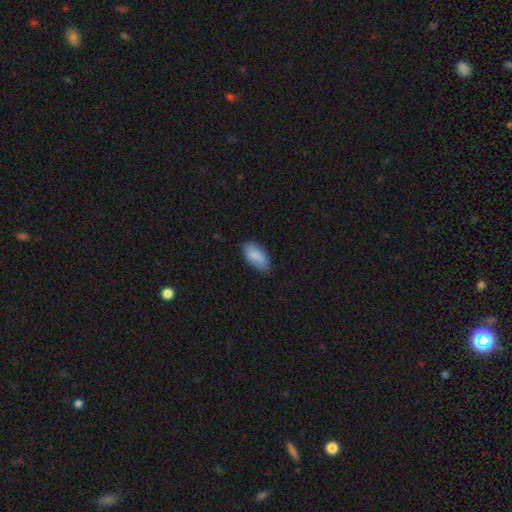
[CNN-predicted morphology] Smooth or featured? Predicted: smooth (p=0.84). How rounded? Predicted: in between (p=0.93). Merging? Predicted: none (p=0.75).